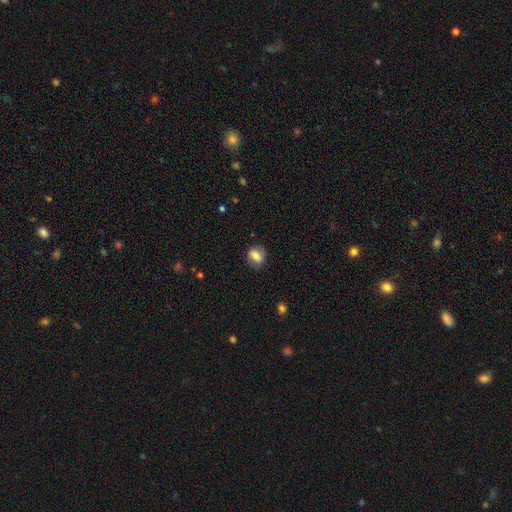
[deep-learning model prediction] Q: Smooth or featured?
A: smooth (70%); runner-up: featured or disk (22%)
Q: How rounded?
A: in between (54%); runner-up: round (43%)
Q: Merging?
A: none (80%); runner-up: minor disturbance (14%)